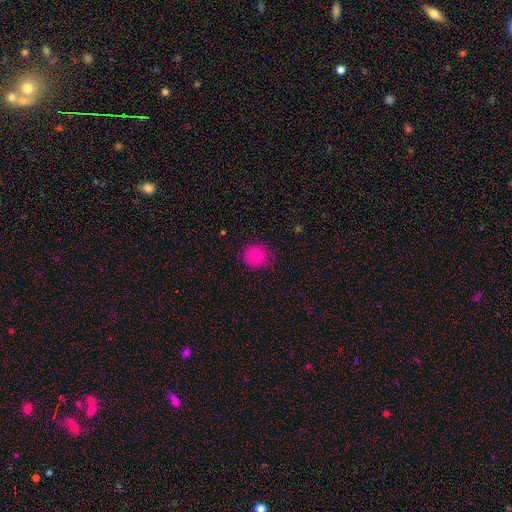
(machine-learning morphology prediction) type=smooth (85%); roundness=round (86%); merging=none (83%).